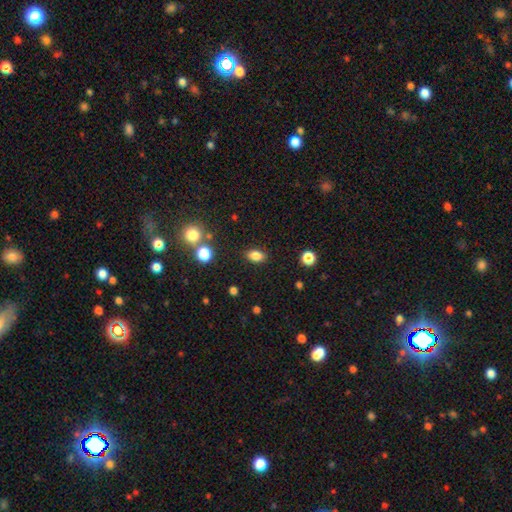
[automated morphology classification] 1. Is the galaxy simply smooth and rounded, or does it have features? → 83% smooth, 11% star or artifact, 6% featured or disk.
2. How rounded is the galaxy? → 84% in between, 13% round, 3% cigar-shaped.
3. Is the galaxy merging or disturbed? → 86% none, 9% minor disturbance, 3% merger, 3% major disturbance.